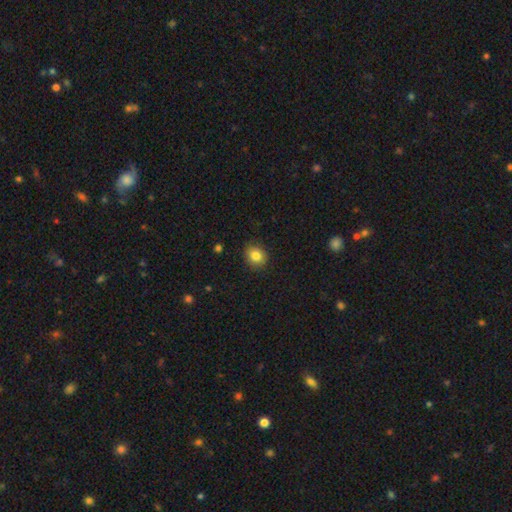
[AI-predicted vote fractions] smooth 85%, star or artifact 10%, featured or disk 6%. Down the decision tree: how rounded — round (70%); merging — none (87%).